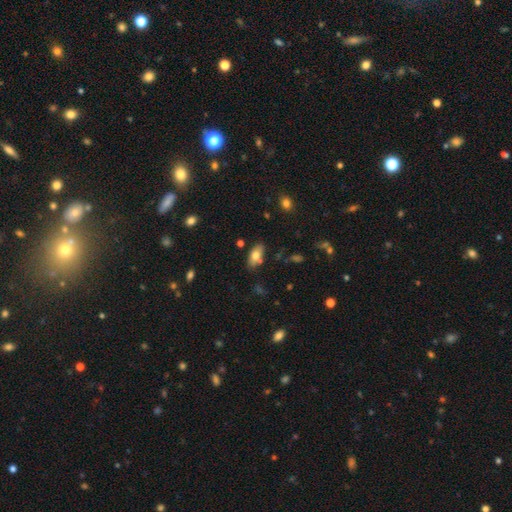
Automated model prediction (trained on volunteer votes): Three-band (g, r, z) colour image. It shows a smooth galaxy with no disk features (75%) that is in between round and cigar-shaped (90%). Merging: none (77%).